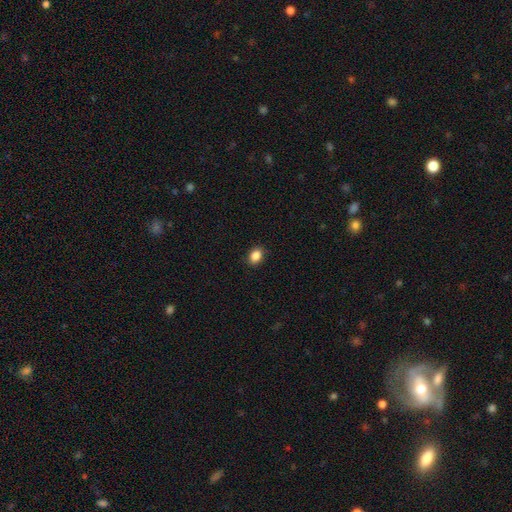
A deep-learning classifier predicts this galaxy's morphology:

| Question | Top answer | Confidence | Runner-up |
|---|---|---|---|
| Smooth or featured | smooth | 88% | star or artifact (9%) |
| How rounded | in between | 71% | round (27%) |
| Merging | none | 89% | minor disturbance (8%) |